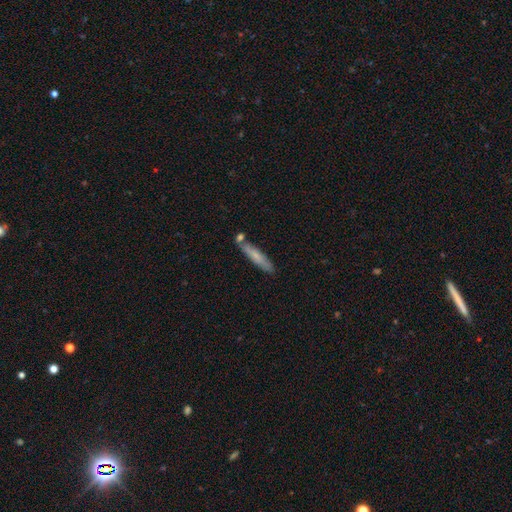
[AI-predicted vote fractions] Overall: smooth (64%; featured or disk 30%). How rounded: cigar-shaped (89%). Merging: none (71%).